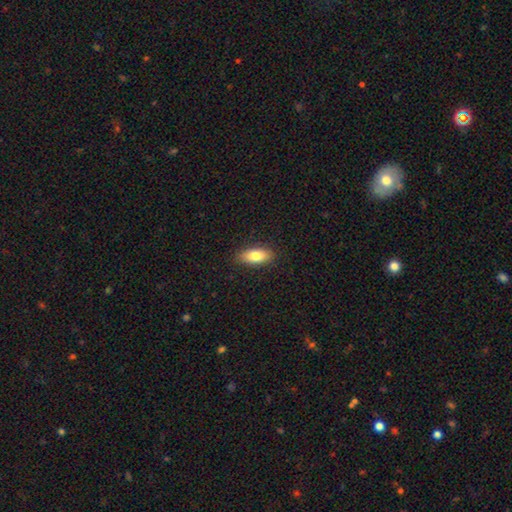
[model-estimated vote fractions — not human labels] Smooth or featured?
  - smooth: 80% *
  - featured or disk: 13%
  - star or artifact: 7%
How rounded?
  - in between: 83% *
  - cigar-shaped: 14%
  - round: 3%
Merging?
  - none: 88% *
  - minor disturbance: 9%
  - major disturbance: 2%
  - merger: 1%